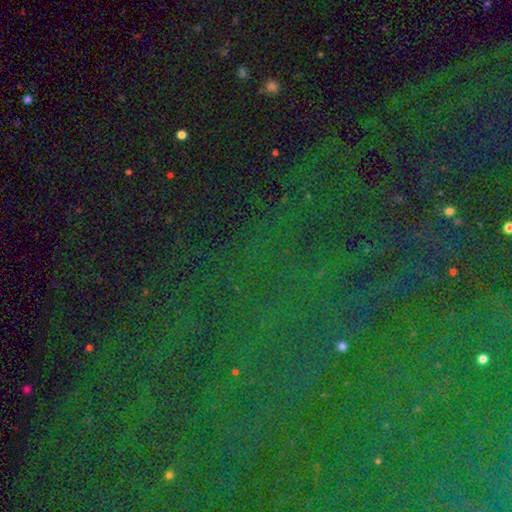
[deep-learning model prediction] Smooth or featured: star or artifact — 86% (smooth — 7%)